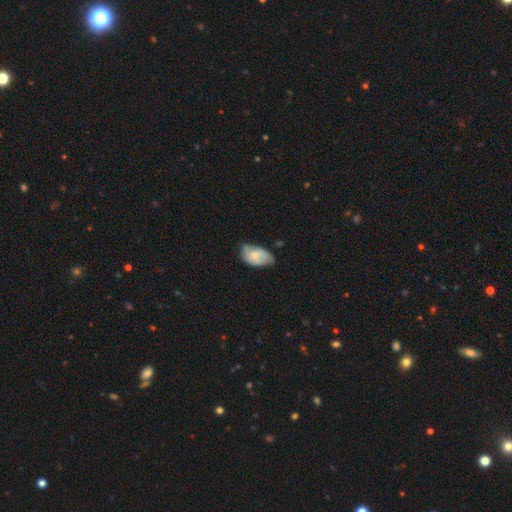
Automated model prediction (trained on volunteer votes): Smooth or featured: smooth — 61% (featured or disk — 32%)
How rounded: in between — 92% (round — 6%)
Merging: none — 44% (minor disturbance — 42%)